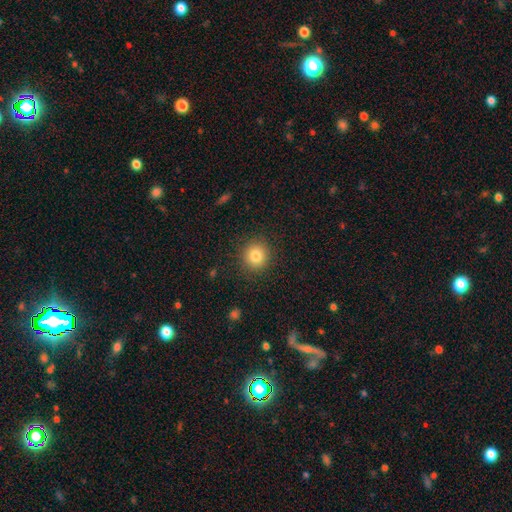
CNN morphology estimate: smooth-or-featured: smooth: 82% | star or artifact: 11% | featured or disk: 7%
  how-rounded: round: 91% | in between: 8% | cigar-shaped: 1%
  merging: none: 90% | minor disturbance: 6% | major disturbance: 2% | merger: 1%